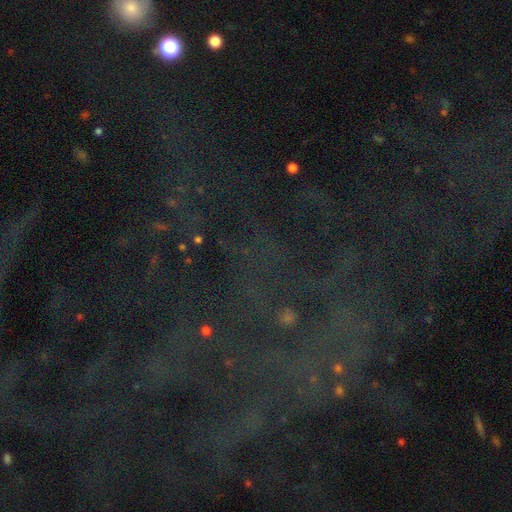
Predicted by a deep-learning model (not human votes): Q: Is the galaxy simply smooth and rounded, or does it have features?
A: star or artifact — 76%.